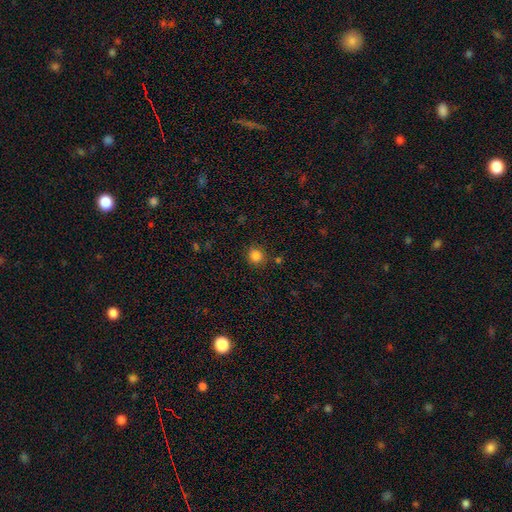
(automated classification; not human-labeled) Smooth or featured? Predicted: smooth (p=0.84). How rounded? Predicted: round (p=0.90). Merging? Predicted: none (p=0.83).